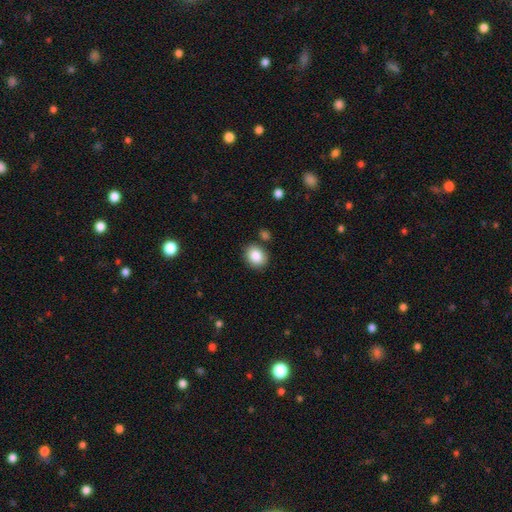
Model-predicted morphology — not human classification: type=smooth (86%); roundness=round (57%); merging=none (82%).